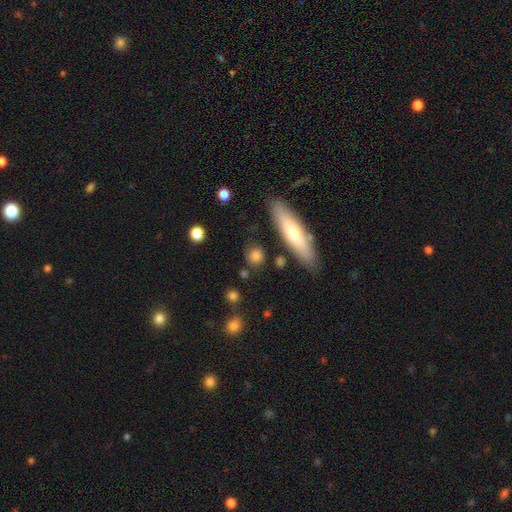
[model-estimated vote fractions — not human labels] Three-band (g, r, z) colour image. It shows a smooth galaxy with no disk features (78%) that is round (68%). Merging: none (78%).